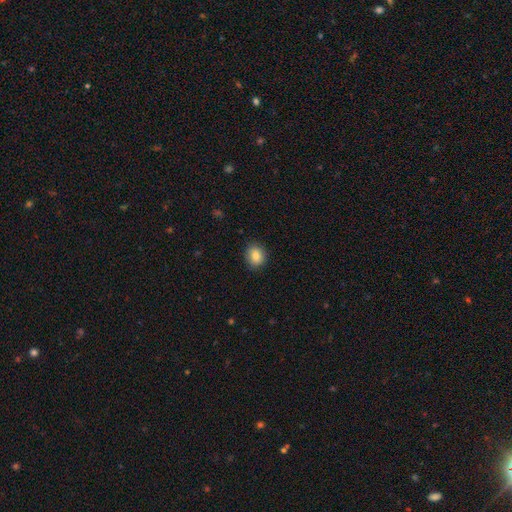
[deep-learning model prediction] A smooth galaxy with no disk features (83%) that is round (69%). Merging: none (89%).